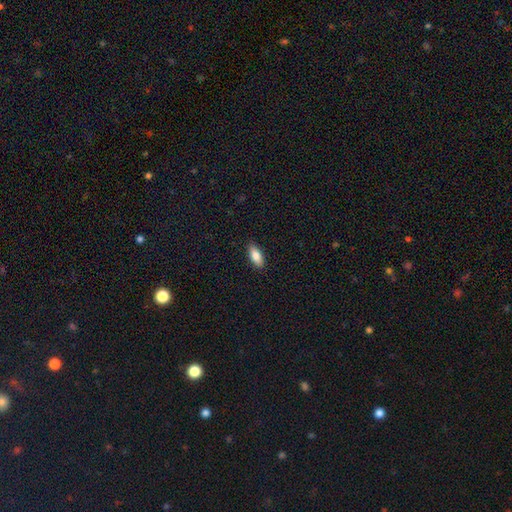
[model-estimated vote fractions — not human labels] The model was most divided on "how rounded": in between: 82%, cigar-shaped: 15%, round: 2%. More confident: merging — none (89%); smooth or featured — smooth (84%).